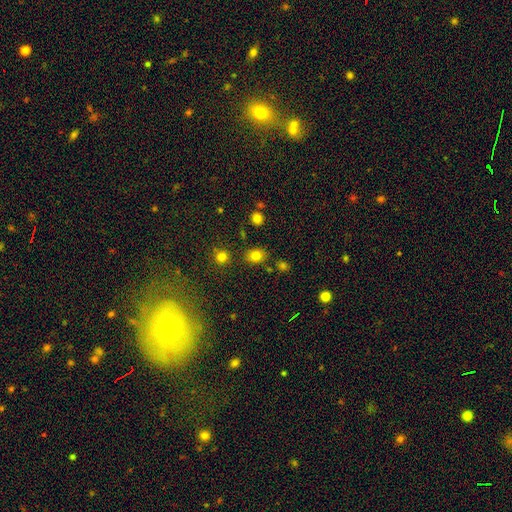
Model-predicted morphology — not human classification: This appears to be a smooth galaxy with no disk features (80%) that is round (55%). Merging: none (82%).